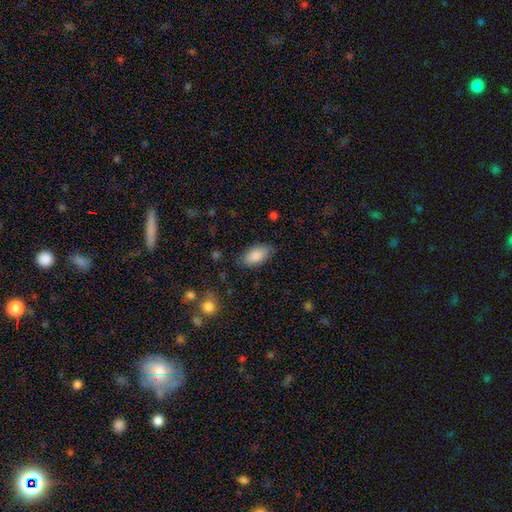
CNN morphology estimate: This appears to be a smooth galaxy with no disk features (87%) that is in between round and cigar-shaped (93%). Merging: none (81%).